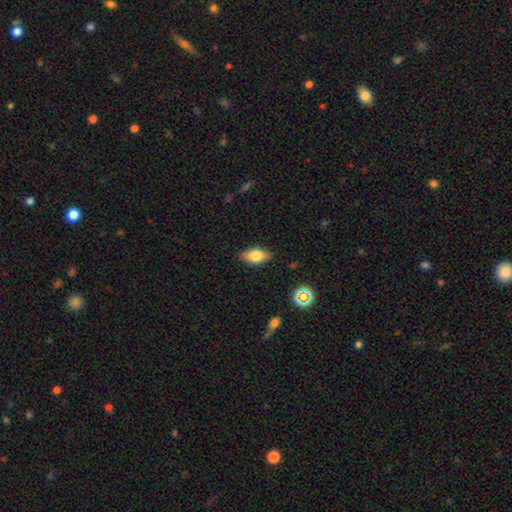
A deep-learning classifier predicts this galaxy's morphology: A smooth galaxy with no disk features (78%) that is in between round and cigar-shaped (89%).

Vote fractions:
- Smooth or featured? smooth: 78% / featured or disk: 13% / star or artifact: 9%
- How rounded? in between: 89% / cigar-shaped: 6% / round: 5%
- Merging? none: 86% / minor disturbance: 11% / major disturbance: 2% / merger: 1%